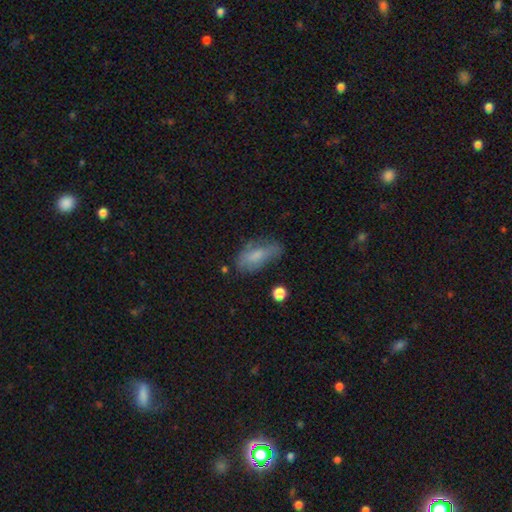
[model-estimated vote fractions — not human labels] smooth 69%, featured or disk 22%, star or artifact 8%. Down the decision tree: how rounded — in between (81%); merging — none (54%).